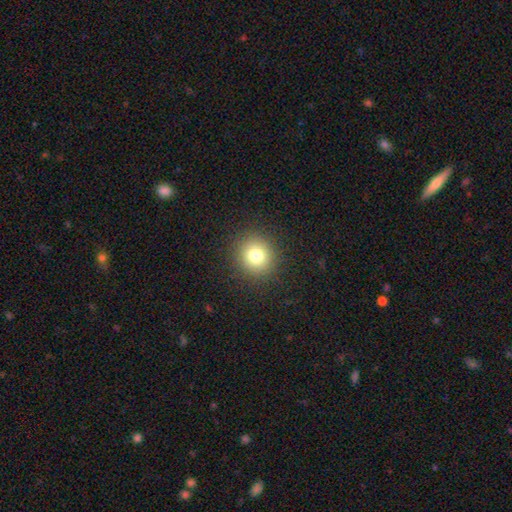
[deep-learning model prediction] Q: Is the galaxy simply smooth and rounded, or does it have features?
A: smooth — 78%.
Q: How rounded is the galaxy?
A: round — 91%.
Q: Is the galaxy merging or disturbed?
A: none — 90%.